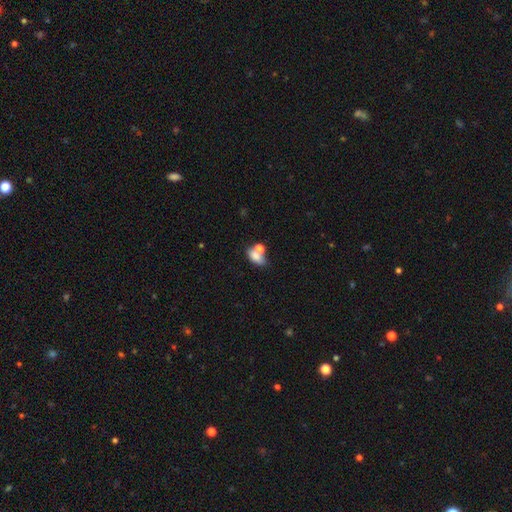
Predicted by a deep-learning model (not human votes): This appears to be a smooth galaxy with no disk features (74%) that is in between round and cigar-shaped (81%). Merging: merger (44%).